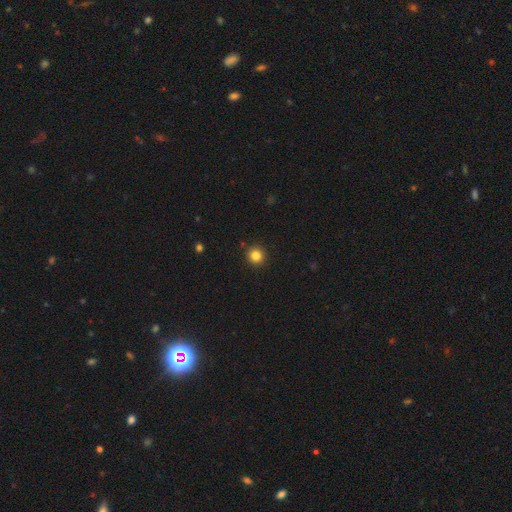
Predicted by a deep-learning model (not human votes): Smooth or featured? smooth (83%)
How rounded? round (95%)
Merging? none (92%)